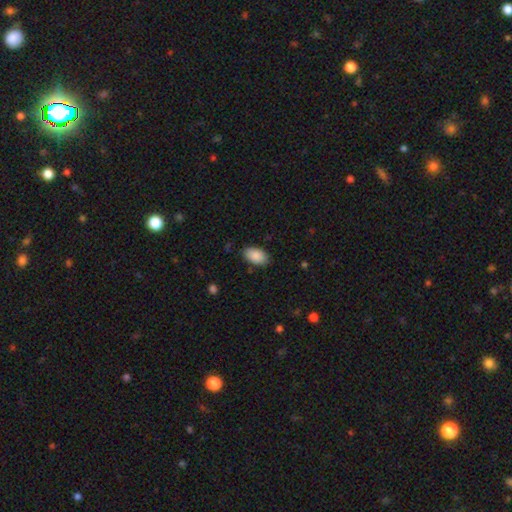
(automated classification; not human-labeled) smooth 89%, star or artifact 6%, featured or disk 4%. Down the decision tree: how rounded — in between (94%); merging — none (85%).